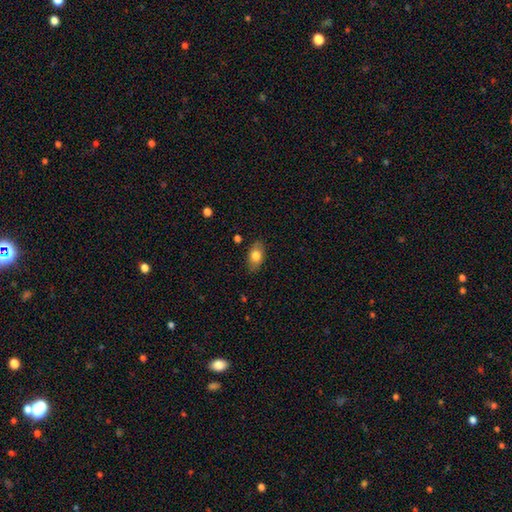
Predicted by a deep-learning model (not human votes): smooth-or-featured: smooth: 78% | featured or disk: 15% | star or artifact: 7%
  how-rounded: in between: 88% | round: 9% | cigar-shaped: 2%
  merging: none: 83% | minor disturbance: 13% | major disturbance: 3% | merger: 1%